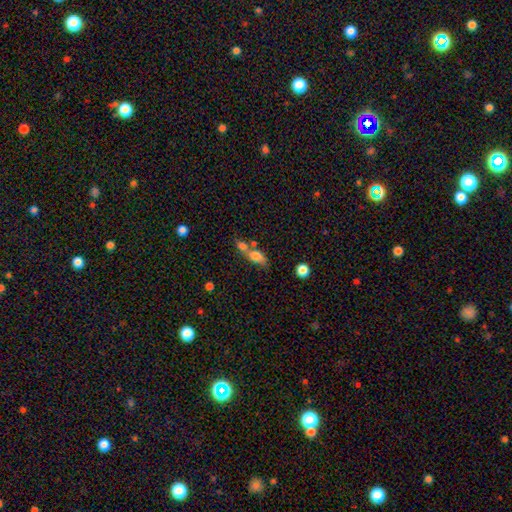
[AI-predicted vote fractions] Overall: smooth (70%). How rounded: in between (72%). Merging: merger (59%; none 25%).